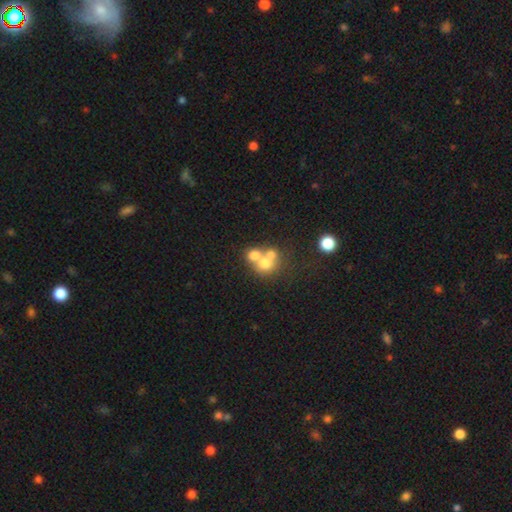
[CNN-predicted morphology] A smooth galaxy with no disk features (53%) that is round (77%). Merging: merger (54%).